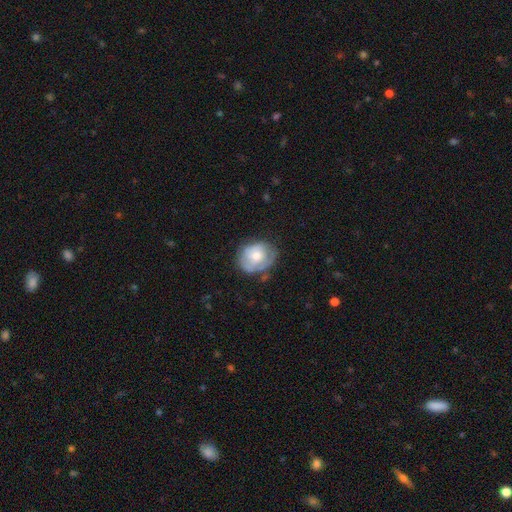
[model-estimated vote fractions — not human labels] smooth 48%, featured or disk 45%, star or artifact 7%. Down the decision tree: merging — none (58%).